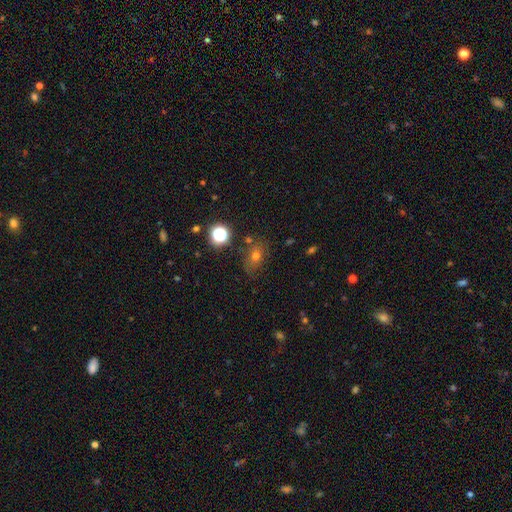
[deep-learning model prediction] Smooth or featured? smooth (62%)
How rounded? in between (61%)
Merging? none (70%)